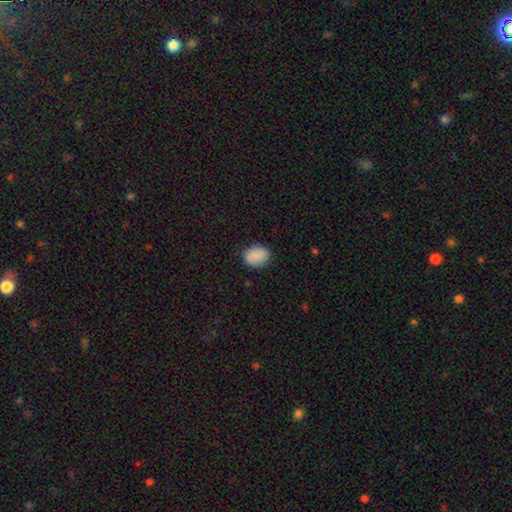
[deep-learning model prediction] Smooth or featured? smooth (88%)
How rounded? in between (62%)
Merging? none (83%)